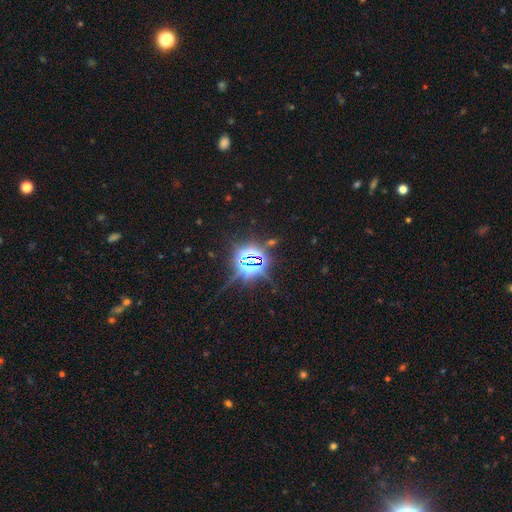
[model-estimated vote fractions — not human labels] Q: Smooth or featured?
A: star or artifact (83%); runner-up: smooth (9%)